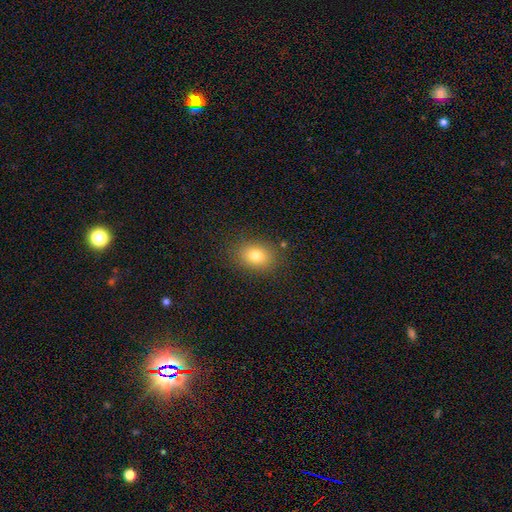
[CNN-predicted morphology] type=smooth (79%); roundness=in between (70%); merging=none (84%).